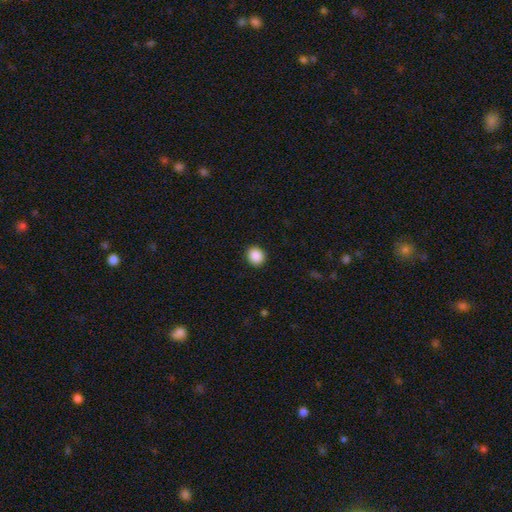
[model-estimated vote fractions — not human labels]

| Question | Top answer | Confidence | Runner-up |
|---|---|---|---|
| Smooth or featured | smooth | 89% | star or artifact (8%) |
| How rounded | round | 77% | in between (22%) |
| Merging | none | 91% | minor disturbance (6%) |